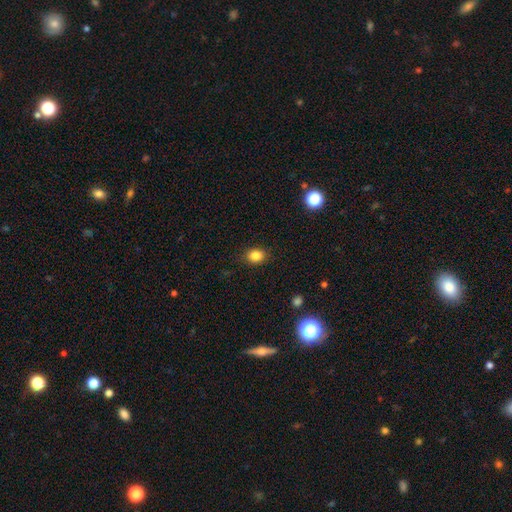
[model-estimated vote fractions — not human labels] This appears to be a smooth galaxy with no disk features (85%) that is round (50%). Merging: none (87%).